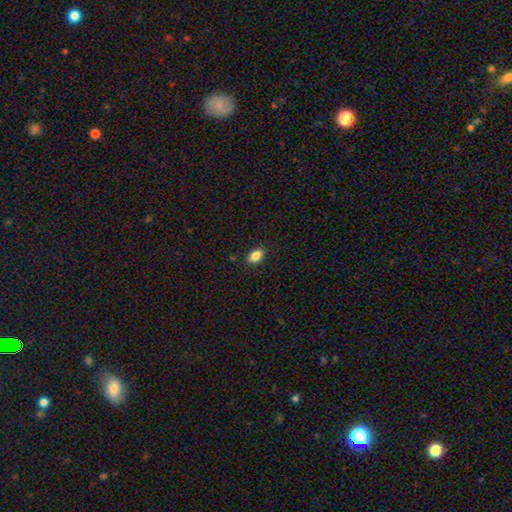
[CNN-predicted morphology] smooth 87%, star or artifact 8%, featured or disk 5%. Down the decision tree: how rounded — in between (89%); merging — none (88%).